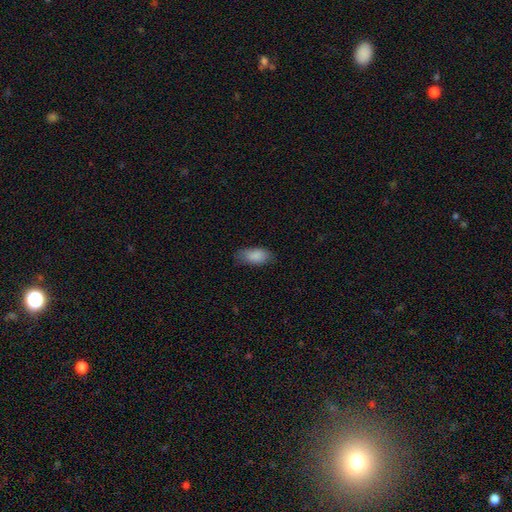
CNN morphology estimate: smooth 88%, star or artifact 7%, featured or disk 5%. Down the decision tree: how rounded — in between (90%); merging — none (74%).